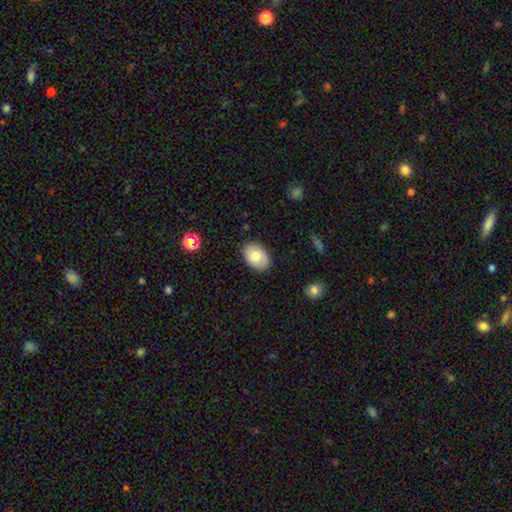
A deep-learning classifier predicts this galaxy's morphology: A smooth galaxy with no disk features (71%) that is in between round and cigar-shaped (84%).

Vote fractions:
- Smooth or featured? smooth: 71% / featured or disk: 22% / star or artifact: 7%
- How rounded? in between: 84% / round: 15% / cigar-shaped: 1%
- Merging? none: 85% / minor disturbance: 12% / major disturbance: 2% / merger: 1%